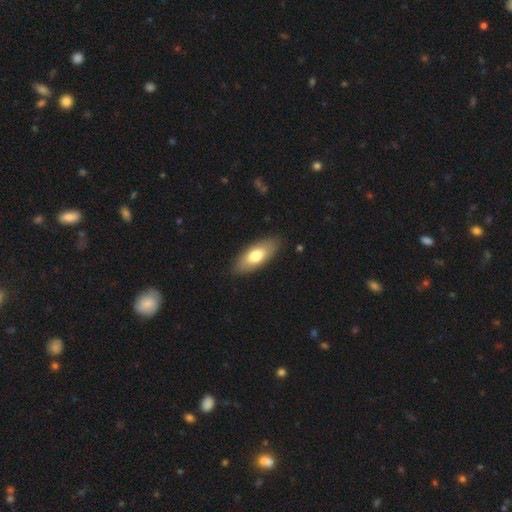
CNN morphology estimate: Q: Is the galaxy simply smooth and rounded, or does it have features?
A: smooth — 70%.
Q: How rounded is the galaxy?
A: in between — 83%.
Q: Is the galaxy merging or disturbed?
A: none — 87%.